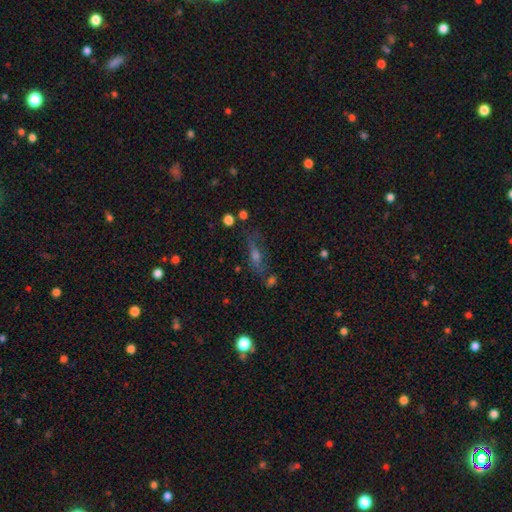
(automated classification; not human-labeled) Smooth or featured? Predicted: smooth (p=0.38). Merging? Predicted: none (p=0.64).